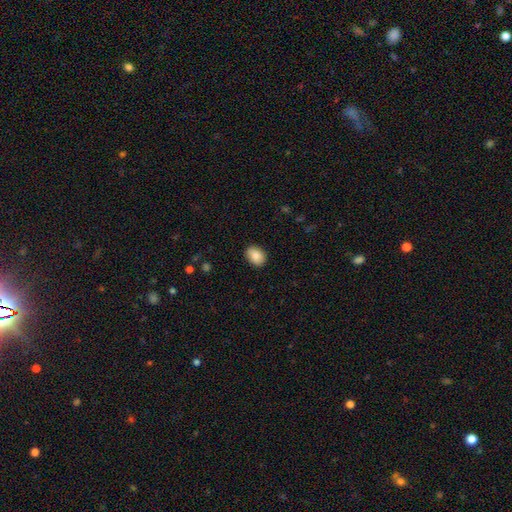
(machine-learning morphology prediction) This is clearly a smooth galaxy (87%). How rounded: likely in between (76%). Merging: clearly none (88%).